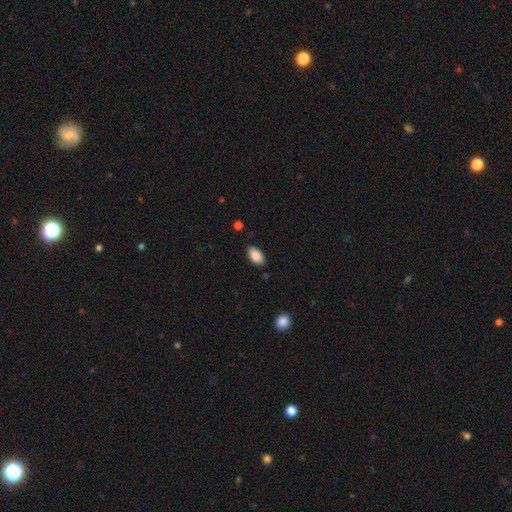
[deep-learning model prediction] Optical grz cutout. It shows a smooth galaxy with no disk features (87%) that is in between round and cigar-shaped (94%). Merging: none (86%).